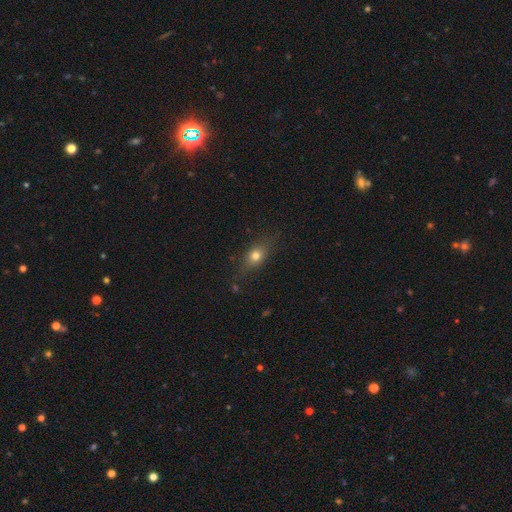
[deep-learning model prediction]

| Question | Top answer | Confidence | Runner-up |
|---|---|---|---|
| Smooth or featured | smooth | 72% | featured or disk (16%) |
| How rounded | in between | 63% | round (25%) |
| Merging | none | 76% | minor disturbance (17%) |